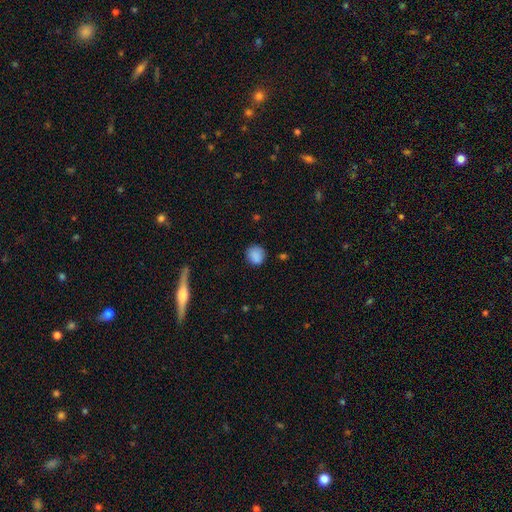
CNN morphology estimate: Smooth or featured: smooth — 86% (star or artifact — 9%)
How rounded: round — 82% (in between — 16%)
Merging: none — 80% (minor disturbance — 15%)